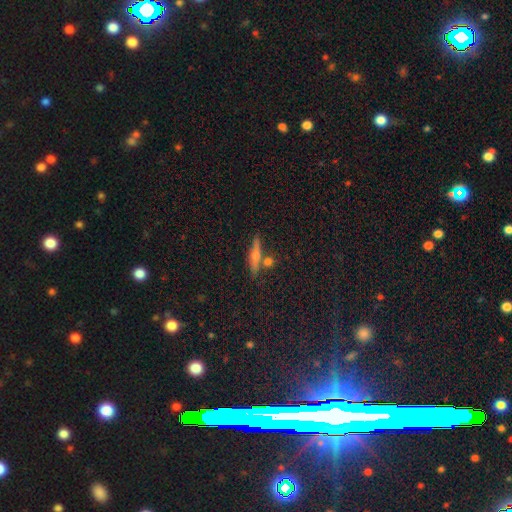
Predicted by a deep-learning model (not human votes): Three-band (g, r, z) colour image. It shows a featured or disk galaxy (50%) viewed edge-on (93%). Merging: none (75%).